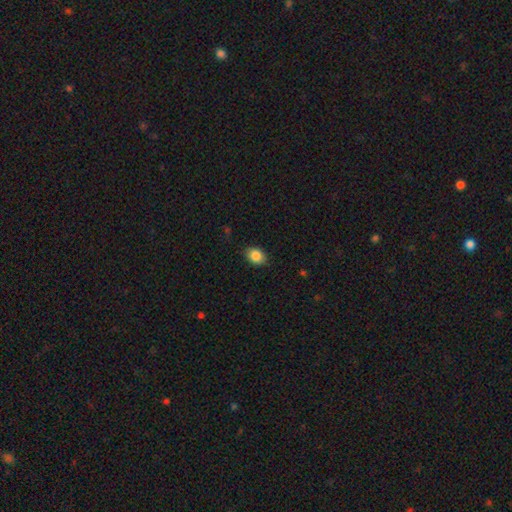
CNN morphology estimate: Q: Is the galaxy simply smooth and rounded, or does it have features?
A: smooth — 86%.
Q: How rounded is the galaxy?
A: in between — 68%.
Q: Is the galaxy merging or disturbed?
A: none — 83%.